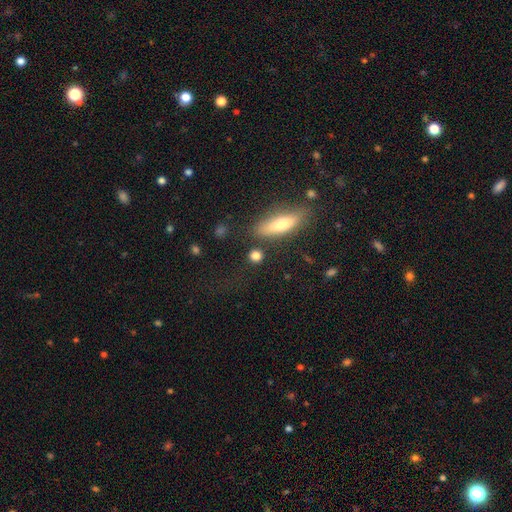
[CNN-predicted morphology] This appears to be a smooth galaxy with no disk features (79%) that is round (70%). Merging: none (79%).